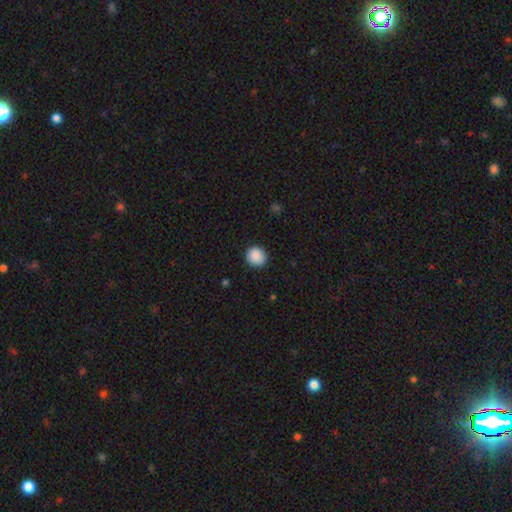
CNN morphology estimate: This is clearly a smooth galaxy (89%). How rounded: clearly round (87%). Merging: clearly none (89%).